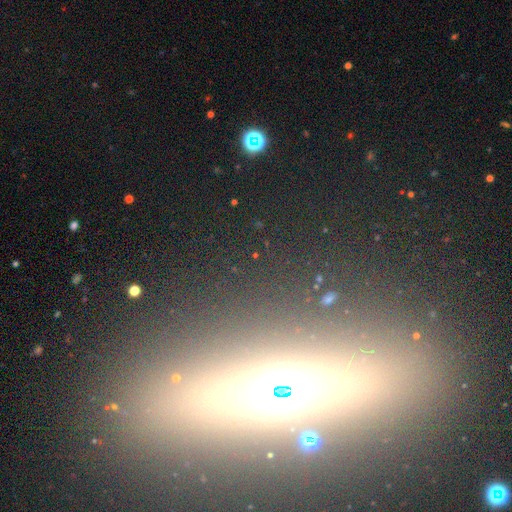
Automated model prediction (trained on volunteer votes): Smooth or featured? Predicted: star or artifact (p=0.61).